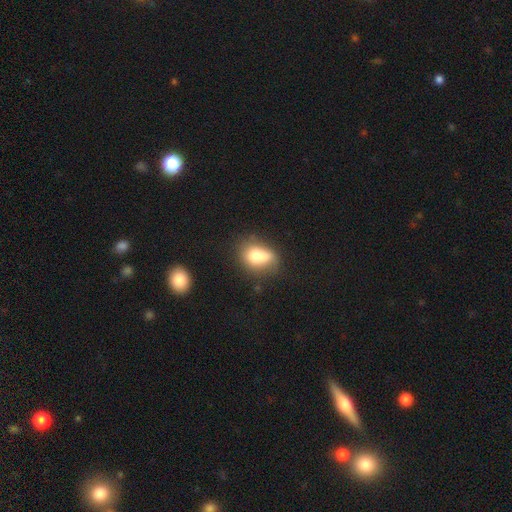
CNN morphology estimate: Smooth or featured? smooth (77%)
How rounded? in between (75%)
Merging? none (47%)